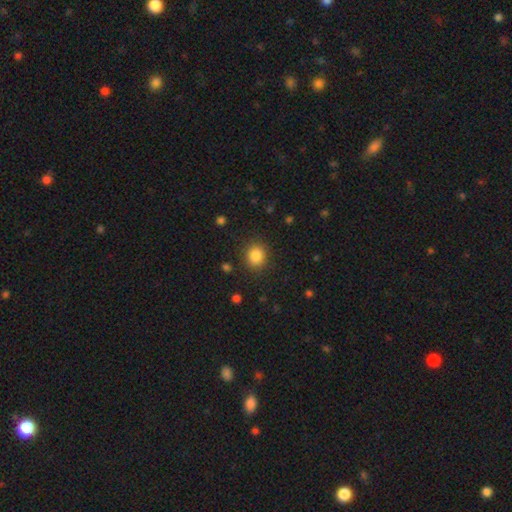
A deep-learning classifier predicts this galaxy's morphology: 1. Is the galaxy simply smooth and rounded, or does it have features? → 84% smooth, 11% star or artifact, 5% featured or disk.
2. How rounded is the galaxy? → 80% round, 19% in between, 1% cigar-shaped.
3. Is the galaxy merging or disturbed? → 88% none, 8% minor disturbance, 3% major disturbance, 1% merger.